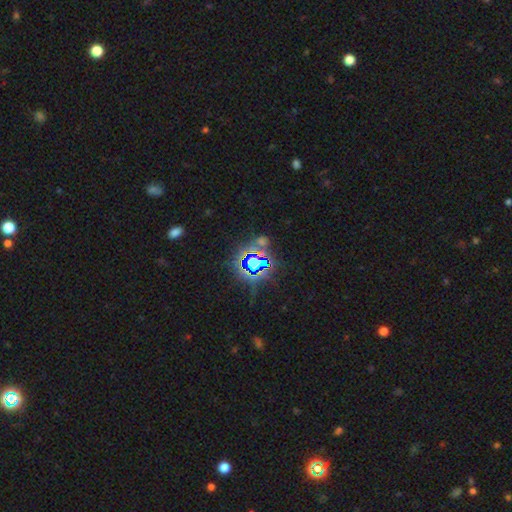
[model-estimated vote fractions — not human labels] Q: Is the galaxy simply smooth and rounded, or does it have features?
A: star or artifact — 79%.